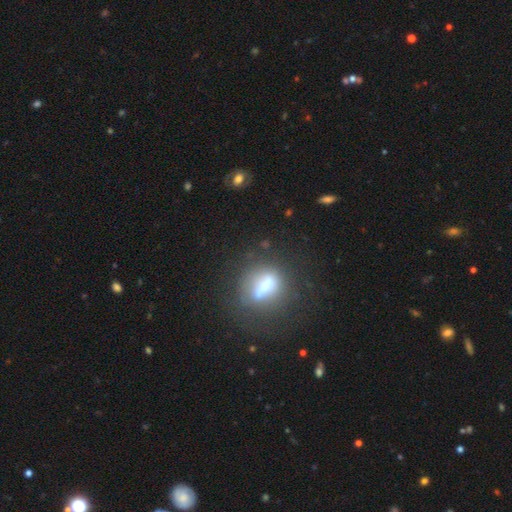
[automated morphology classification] The model was most divided on "how rounded": in between: 56%, round: 33%, cigar-shaped: 10%. More confident: merging — none (82%); smooth or featured — smooth (54%).